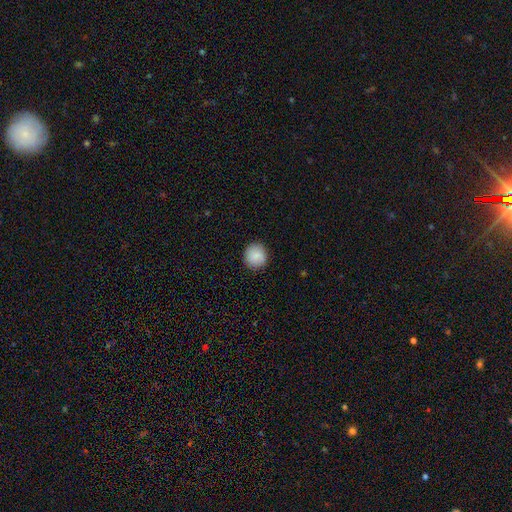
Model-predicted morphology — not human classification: Q: Smooth or featured?
A: smooth (88%); runner-up: star or artifact (7%)
Q: How rounded?
A: round (92%); runner-up: in between (8%)
Q: Merging?
A: none (90%); runner-up: minor disturbance (7%)